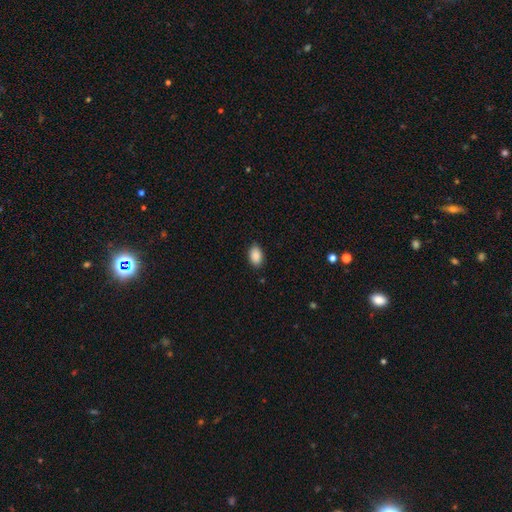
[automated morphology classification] smooth-or-featured: smooth: 89% | star or artifact: 7% | featured or disk: 3%
  how-rounded: in between: 91% | round: 8% | cigar-shaped: 1%
  merging: none: 85% | minor disturbance: 11% | major disturbance: 2% | merger: 1%